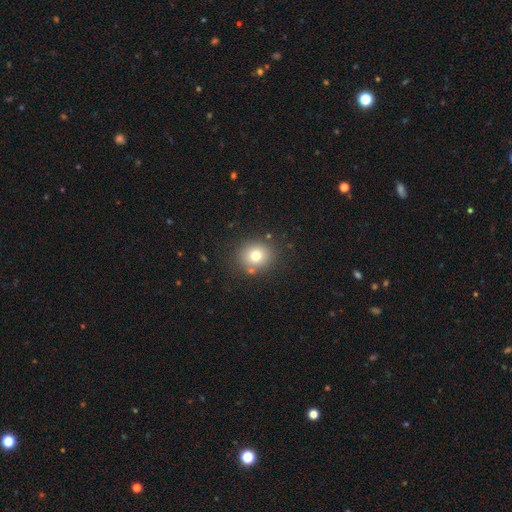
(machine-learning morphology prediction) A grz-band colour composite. It shows a smooth galaxy with no disk features (76%) that is round (81%). Merging: none (83%).